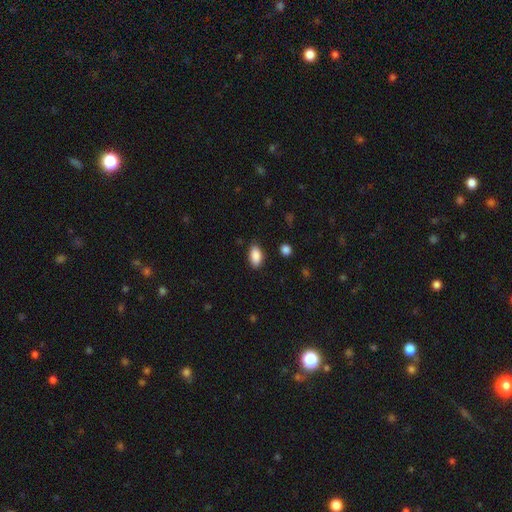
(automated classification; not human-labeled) Smooth or featured? Predicted: smooth (p=0.89). How rounded? Predicted: in between (p=0.92). Merging? Predicted: none (p=0.85).